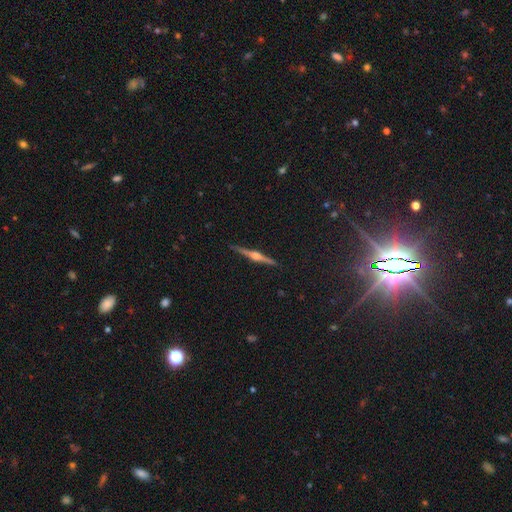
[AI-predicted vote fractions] The model was most divided on "smooth or featured": featured or disk: 83%, smooth: 10%, star or artifact: 6%. More confident: edge-on disk — yes (99%); edge-on bulge — rounded (93%); merging — none (92%).